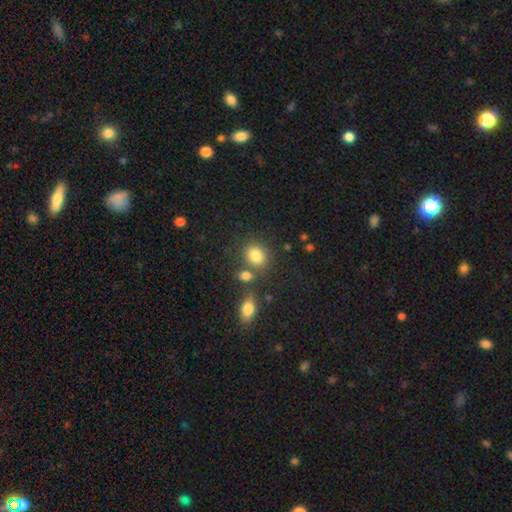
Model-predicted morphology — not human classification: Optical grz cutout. It shows a smooth galaxy with no disk features (82%) that is round (59%). Merging: none (65%).